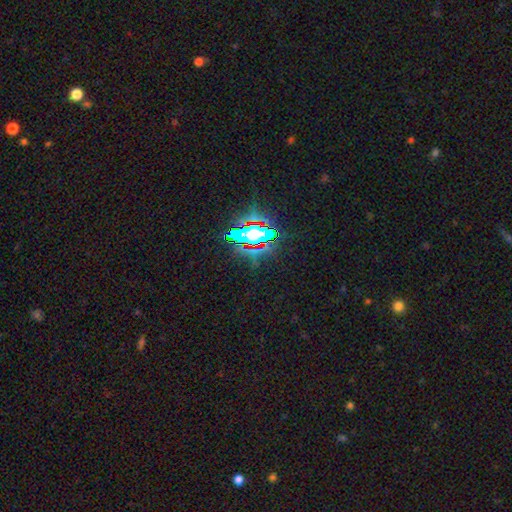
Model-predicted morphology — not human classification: The model was most divided on "smooth or featured": star or artifact: 80%, smooth: 12%, featured or disk: 7%.